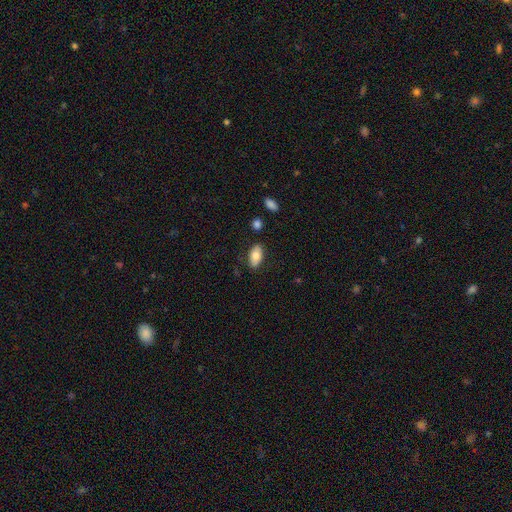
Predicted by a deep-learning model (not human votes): Morphology: type=smooth (76%); roundness=in between (92%); merging=none (83%).